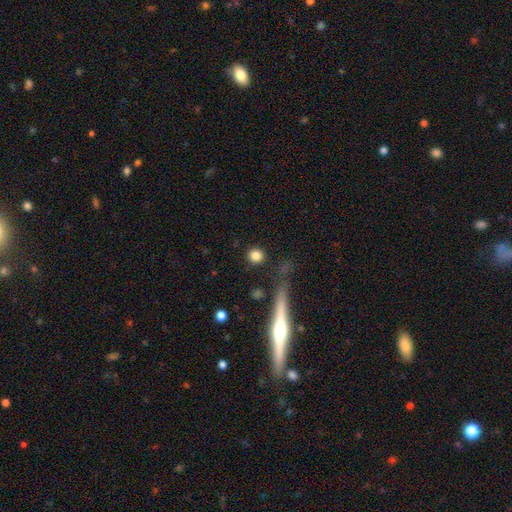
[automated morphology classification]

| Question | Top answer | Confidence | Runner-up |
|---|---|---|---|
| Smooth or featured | smooth | 83% | star or artifact (10%) |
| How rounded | round | 89% | in between (8%) |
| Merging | none | 86% | minor disturbance (7%) |